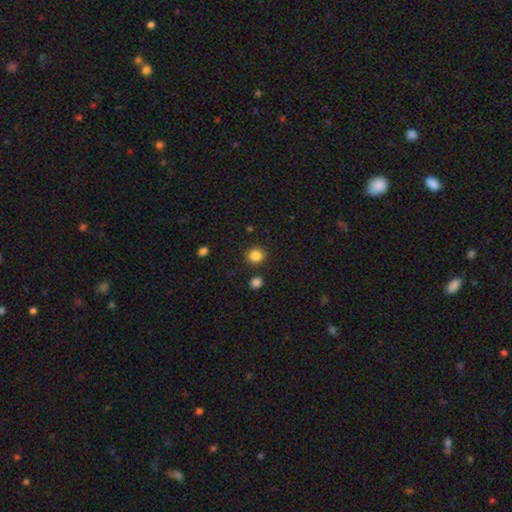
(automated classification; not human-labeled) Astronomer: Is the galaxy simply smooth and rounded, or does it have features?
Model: smooth — 85%.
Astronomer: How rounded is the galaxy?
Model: round — 89%.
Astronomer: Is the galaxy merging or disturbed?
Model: none — 88%.